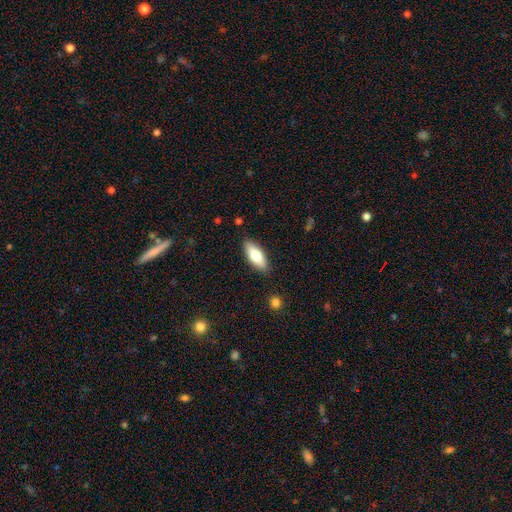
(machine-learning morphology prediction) The model was most divided on "smooth or featured": smooth: 72%, featured or disk: 22%, star or artifact: 6%. More confident: merging — none (88%); how rounded — in between (78%).